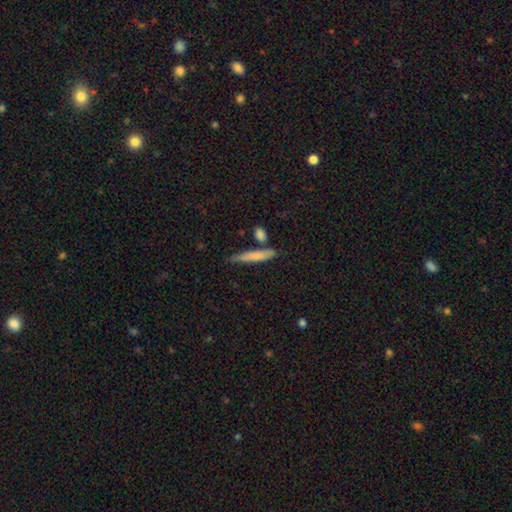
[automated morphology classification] Smooth or featured: smooth — 73% (featured or disk — 21%)
How rounded: cigar-shaped — 88% (in between — 10%)
Merging: none — 67% (minor disturbance — 17%)